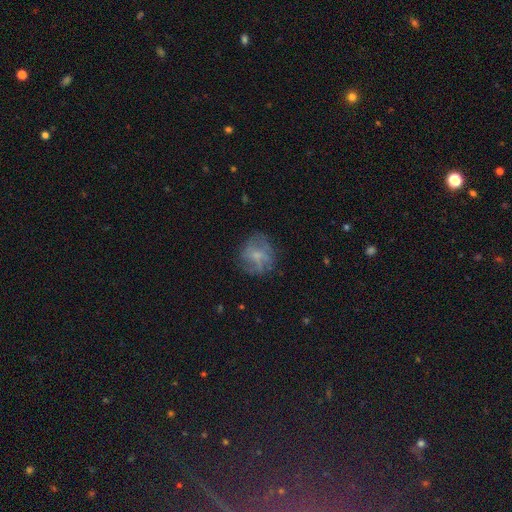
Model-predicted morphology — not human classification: Smooth or featured? featured or disk (51%)
Edge-on disk? no (97%)
Merging? none (69%)